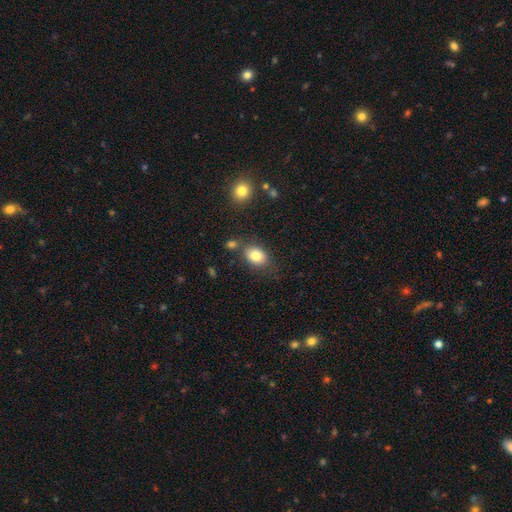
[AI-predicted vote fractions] A smooth galaxy with no disk features (82%) that is in between round and cigar-shaped (71%).

Vote fractions:
- Smooth or featured? smooth: 82% / featured or disk: 9% / star or artifact: 9%
- How rounded? in between: 71% / round: 28% / cigar-shaped: 1%
- Merging? none: 74% / minor disturbance: 14% / merger: 8% / major disturbance: 4%